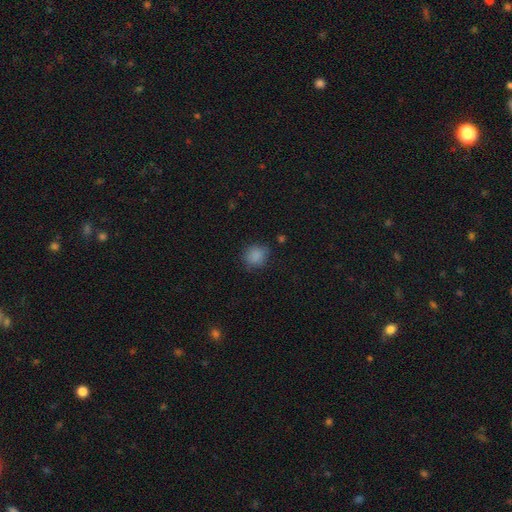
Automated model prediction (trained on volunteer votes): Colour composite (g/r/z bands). It shows a smooth galaxy with no disk features (85%) that is round (76%). Merging: none (76%).